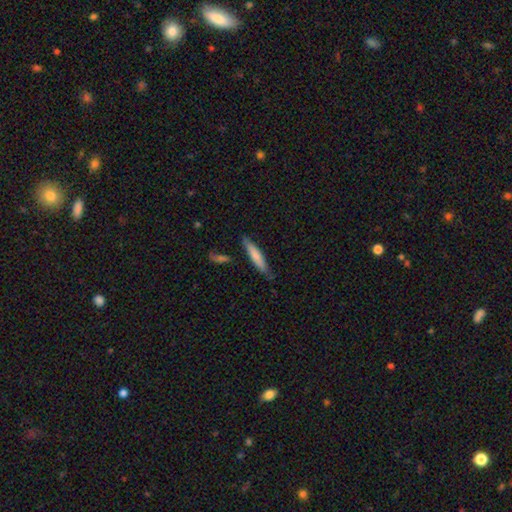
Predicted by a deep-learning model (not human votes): Overall: smooth (73%). How rounded: cigar-shaped (88%). Merging: none (78%).